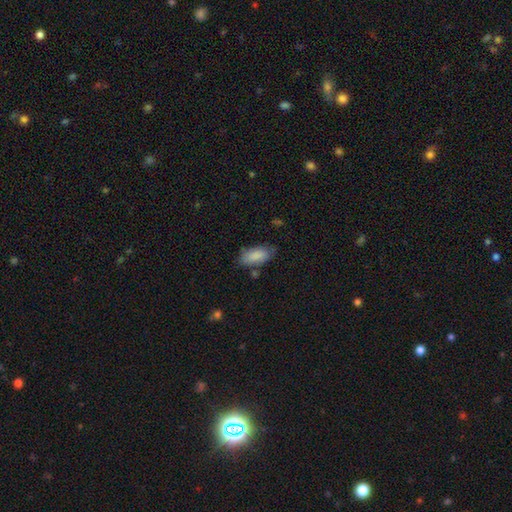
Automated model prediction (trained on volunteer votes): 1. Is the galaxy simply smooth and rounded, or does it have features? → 86% smooth, 8% featured or disk, 6% star or artifact.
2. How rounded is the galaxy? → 89% in between, 9% cigar-shaped, 2% round.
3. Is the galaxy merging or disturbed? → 71% none, 20% minor disturbance, 4% major disturbance, 4% merger.